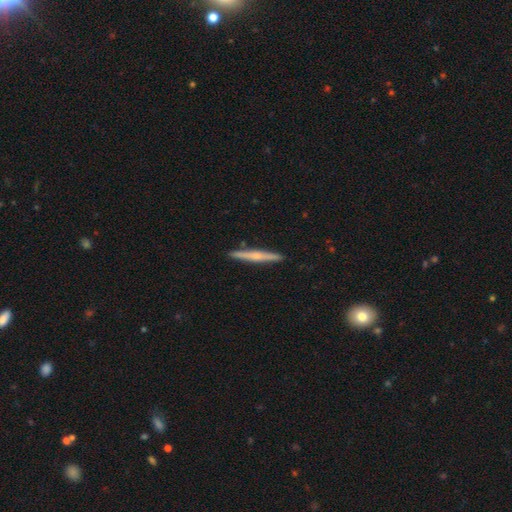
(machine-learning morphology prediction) A featured or disk galaxy (56%) viewed edge-on (98%) with a rounded central bulge (62%).

Vote fractions:
- Smooth or featured? featured or disk: 56% / smooth: 38% / star or artifact: 6%
- Edge-on disk? yes: 98% / no: 2%
- Edge-on bulge? rounded: 62% / none: 30% / boxy: 8%
- Merging? none: 92% / minor disturbance: 6% / merger: 1% / major disturbance: 1%